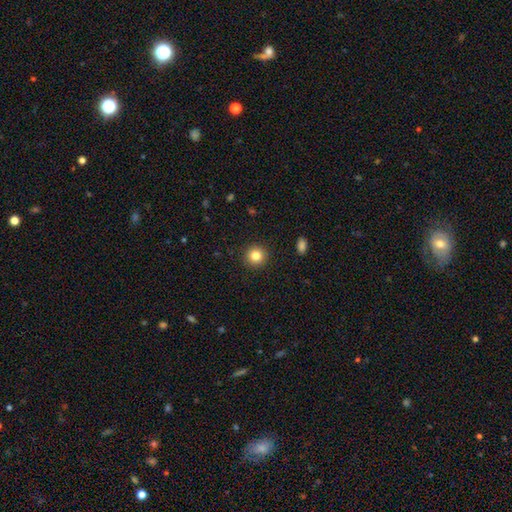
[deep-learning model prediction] smooth 83%, star or artifact 11%, featured or disk 6%. Down the decision tree: how rounded — round (94%); merging — none (92%).